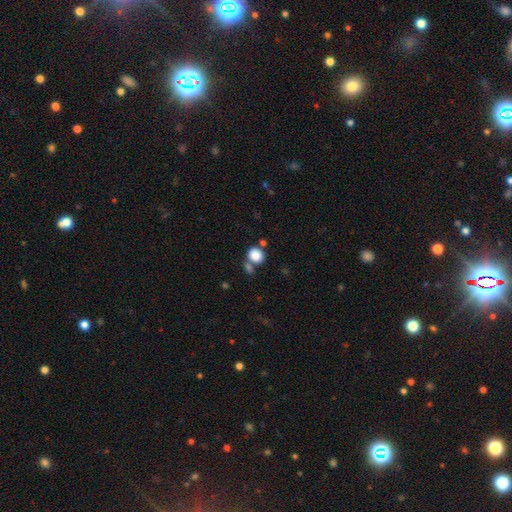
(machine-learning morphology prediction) smooth_or_featured: smooth (p=0.85) [alt: star or artifact p=0.10]
how_rounded: round (p=0.73) [alt: in between p=0.26]
merging: none (p=0.61) [alt: merger p=0.24]